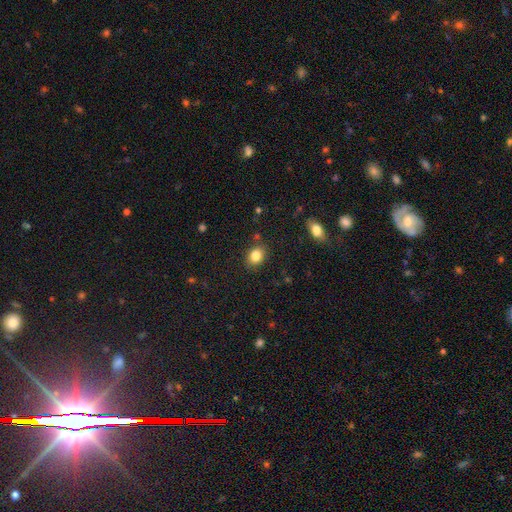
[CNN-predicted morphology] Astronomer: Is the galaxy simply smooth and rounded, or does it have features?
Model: smooth — 84%.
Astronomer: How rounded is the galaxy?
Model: in between — 54% (runner-up: round, 45%).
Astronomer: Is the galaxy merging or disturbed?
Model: none — 84%.